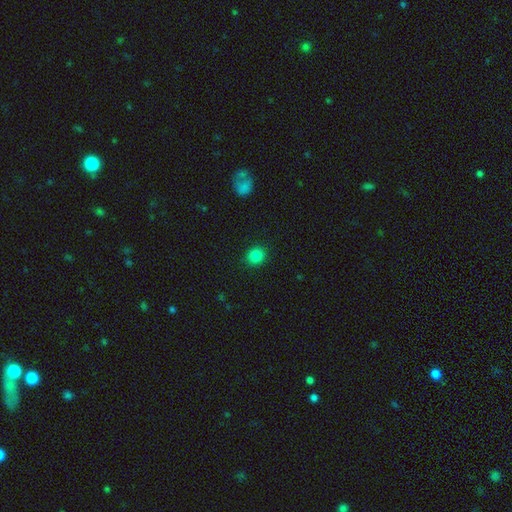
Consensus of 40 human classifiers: This is clearly a smooth galaxy (88%). How rounded: clearly round (86%). Merging: clearly none (86%).